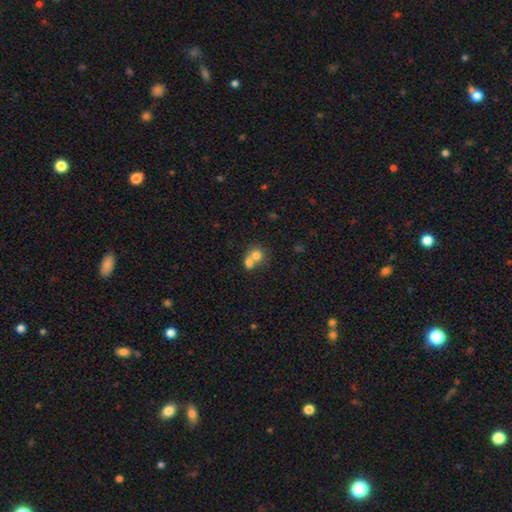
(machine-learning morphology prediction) Smooth or featured? smooth (73%)
How rounded? round (78%)
Merging? merger (65%)